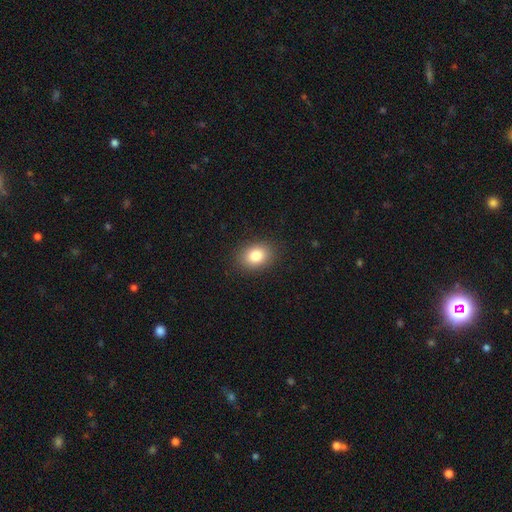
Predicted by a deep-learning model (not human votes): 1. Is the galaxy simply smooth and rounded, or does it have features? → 82% smooth, 10% star or artifact, 8% featured or disk.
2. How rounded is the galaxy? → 64% in between, 35% round, 1% cigar-shaped.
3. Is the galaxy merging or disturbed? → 89% none, 8% minor disturbance, 2% major disturbance, 1% merger.